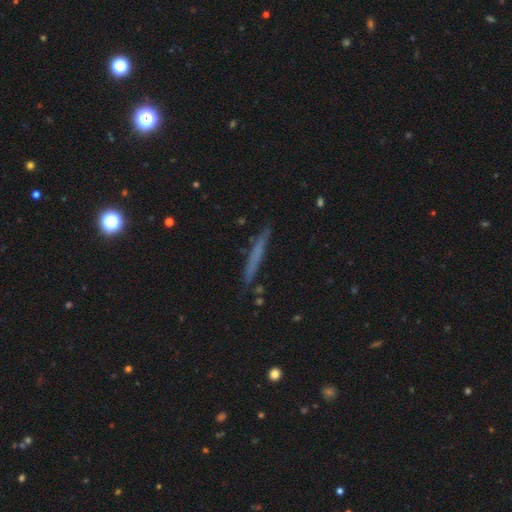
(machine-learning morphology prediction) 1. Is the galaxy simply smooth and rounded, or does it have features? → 53% smooth, 38% featured or disk, 9% star or artifact.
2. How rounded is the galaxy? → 96% cigar-shaped, 3% in between, 2% round.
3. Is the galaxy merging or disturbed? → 85% none, 11% minor disturbance, 2% major disturbance, 2% merger.